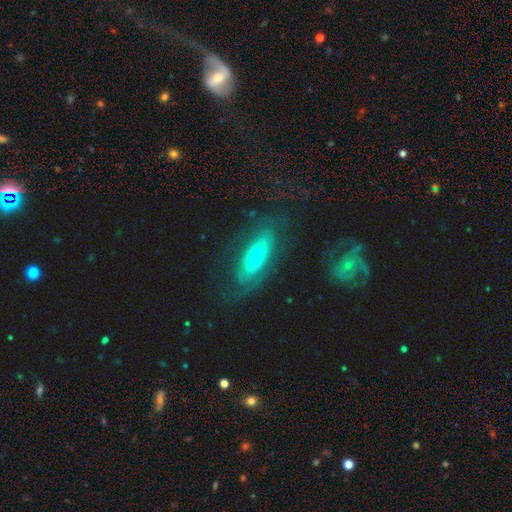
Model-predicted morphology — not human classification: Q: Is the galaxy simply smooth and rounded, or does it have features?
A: featured or disk — 64%.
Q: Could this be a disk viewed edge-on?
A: no — 78%.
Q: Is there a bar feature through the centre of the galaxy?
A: no — 71%.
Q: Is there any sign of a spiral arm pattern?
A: yes — 65%.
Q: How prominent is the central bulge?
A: moderate — 53%.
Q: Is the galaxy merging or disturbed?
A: none — 68%.